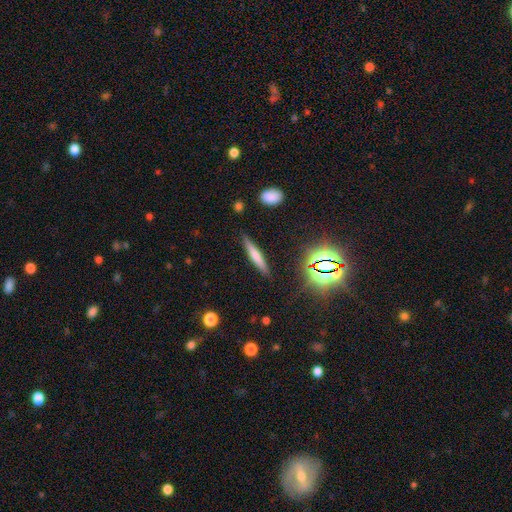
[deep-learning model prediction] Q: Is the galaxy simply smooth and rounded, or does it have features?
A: smooth — 59%.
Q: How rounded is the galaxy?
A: cigar-shaped — 90%.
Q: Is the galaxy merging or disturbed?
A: none — 87%.